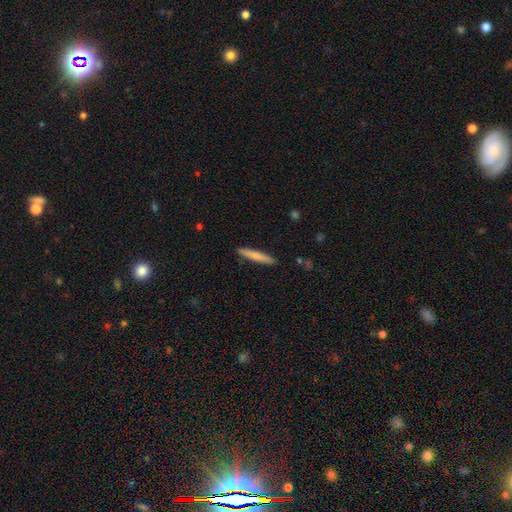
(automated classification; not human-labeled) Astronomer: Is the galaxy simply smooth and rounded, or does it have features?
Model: smooth — 76%.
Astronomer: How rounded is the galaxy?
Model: cigar-shaped — 95%.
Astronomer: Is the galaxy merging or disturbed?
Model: none — 91%.